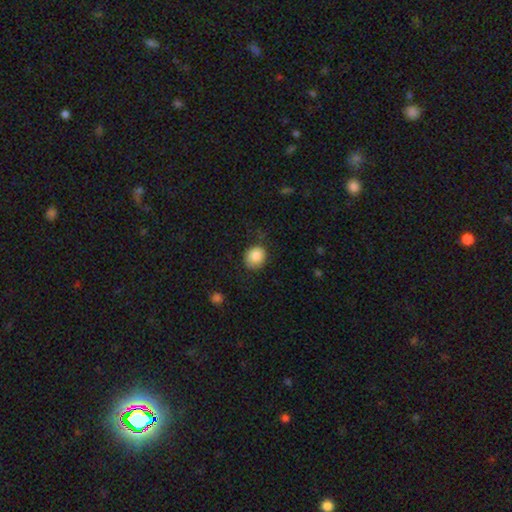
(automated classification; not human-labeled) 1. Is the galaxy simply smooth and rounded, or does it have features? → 86% smooth, 8% star or artifact, 6% featured or disk.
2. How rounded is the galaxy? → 75% round, 24% in between, 1% cigar-shaped.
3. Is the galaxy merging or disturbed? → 70% none, 22% minor disturbance, 6% major disturbance, 1% merger.